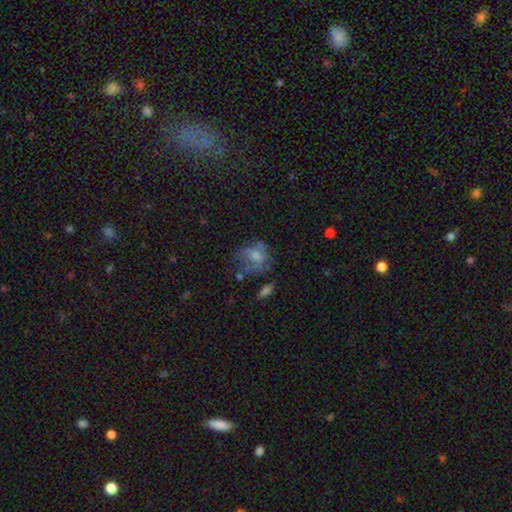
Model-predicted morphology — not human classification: The model was most divided on "smooth or featured": smooth: 47%, featured or disk: 33%, star or artifact: 20%. Remaining: merging — none (49%).